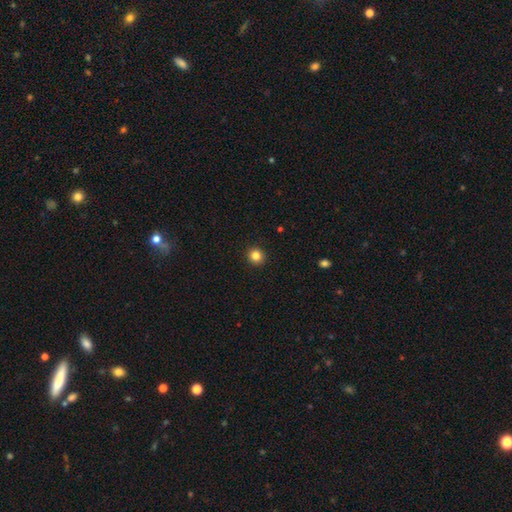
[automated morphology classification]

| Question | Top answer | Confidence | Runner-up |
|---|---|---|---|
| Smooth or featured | smooth | 84% | star or artifact (12%) |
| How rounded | round | 93% | in between (6%) |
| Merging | none | 93% | minor disturbance (5%) |